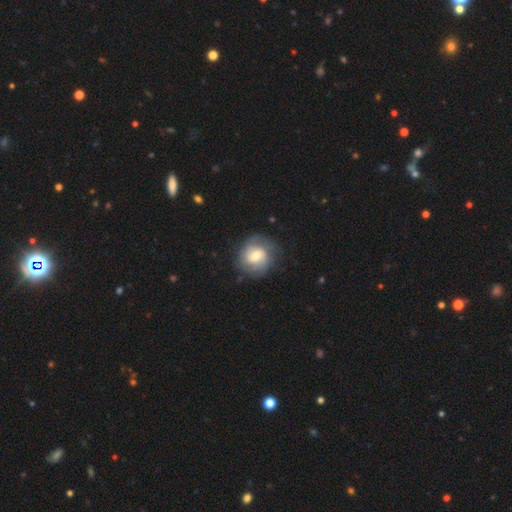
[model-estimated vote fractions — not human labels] Q: Smooth or featured?
A: featured or disk (59%); runner-up: smooth (34%)
Q: Edge-on disk?
A: no (98%); runner-up: yes (2%)
Q: Bar?
A: weak (46%); runner-up: no (43%)
Q: Spiral arms?
A: yes (86%); runner-up: no (14%)
Q: Bulge size?
A: moderate (58%); runner-up: small (29%)
Q: Merging?
A: none (72%); runner-up: minor disturbance (18%)